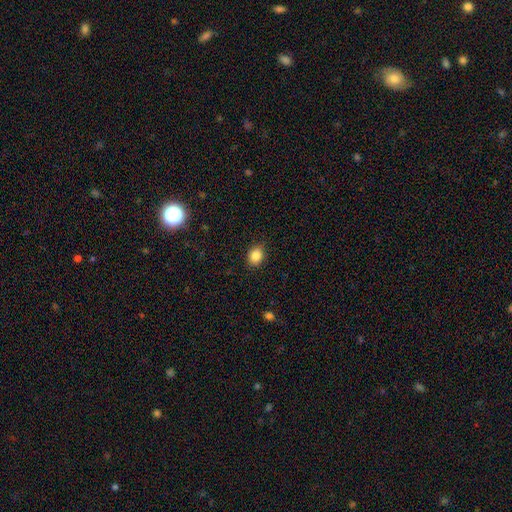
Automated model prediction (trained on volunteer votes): The model was most divided on "how rounded": round: 51%, in between: 48%, cigar-shaped: 1%. More confident: merging — none (86%); smooth or featured — smooth (85%).